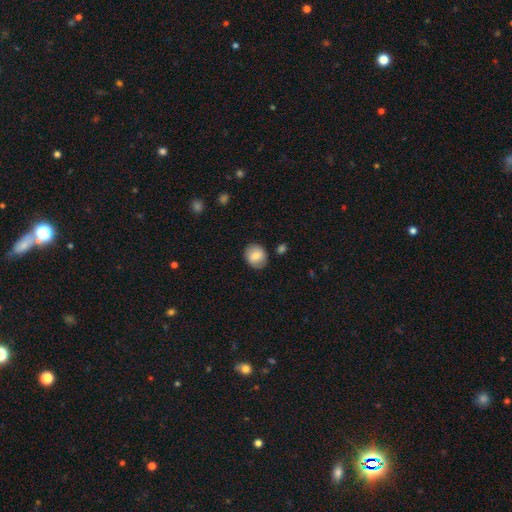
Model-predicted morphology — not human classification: This is likely a smooth galaxy (78%). How rounded: likely round (73%). Merging: clearly none (84%).